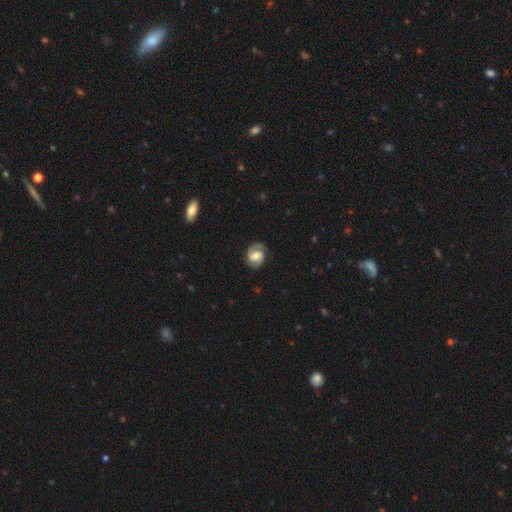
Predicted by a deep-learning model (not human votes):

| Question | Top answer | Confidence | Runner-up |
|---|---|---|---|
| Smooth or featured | featured or disk | 80% | smooth (15%) |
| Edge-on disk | no | 98% | yes (2%) |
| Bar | weak | 48% | no (38%) |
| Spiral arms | yes | 96% | no (4%) |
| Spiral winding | medium | 46% | tight (41%) |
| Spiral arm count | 2 | 84% | 1 (9%) |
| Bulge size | moderate | 56% | small (21%) |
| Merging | none | 80% | minor disturbance (14%) |